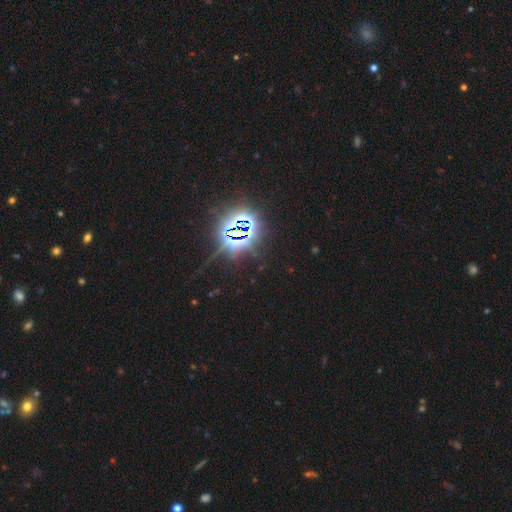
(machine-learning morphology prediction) smooth_or_featured: star or artifact (p=0.84) [alt: smooth p=0.09]